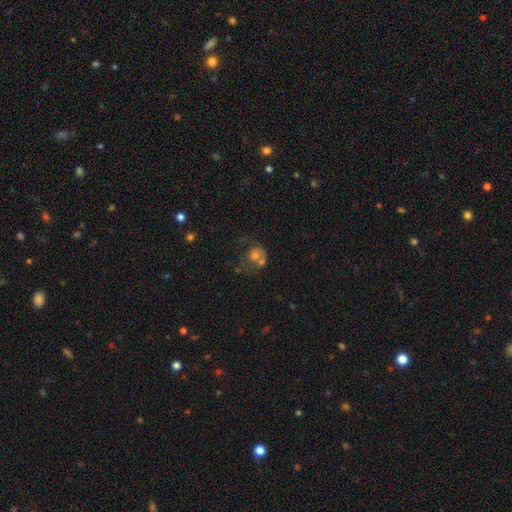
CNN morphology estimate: A smooth galaxy with no disk features (49%).

Vote fractions:
- Smooth or featured? smooth: 49% / featured or disk: 34% / star or artifact: 17%
- Merging? merger: 32% / none: 31% / major disturbance: 22% / minor disturbance: 16%